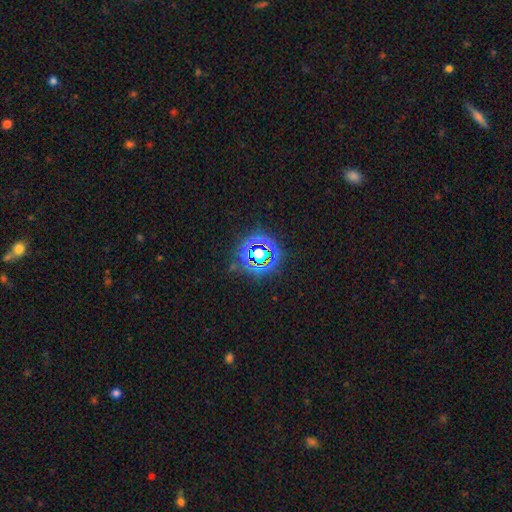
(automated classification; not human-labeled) A star or artifact, not a galaxy (64%).

Vote fractions:
- Smooth or featured? star or artifact: 64% / smooth: 24% / featured or disk: 12%